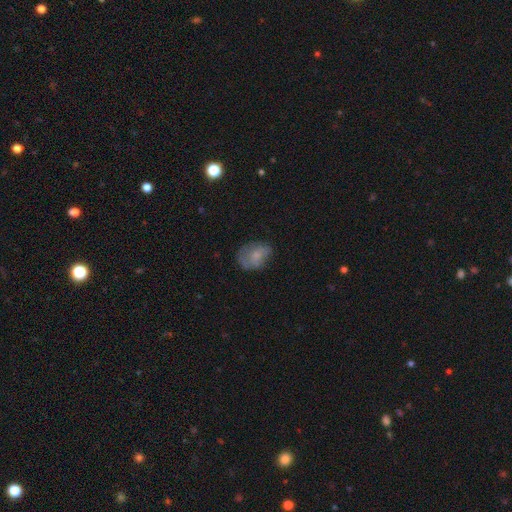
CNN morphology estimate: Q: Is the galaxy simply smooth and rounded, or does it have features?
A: smooth — 64%.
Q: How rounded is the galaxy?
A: in between — 68%.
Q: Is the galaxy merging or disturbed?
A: none — 51%.